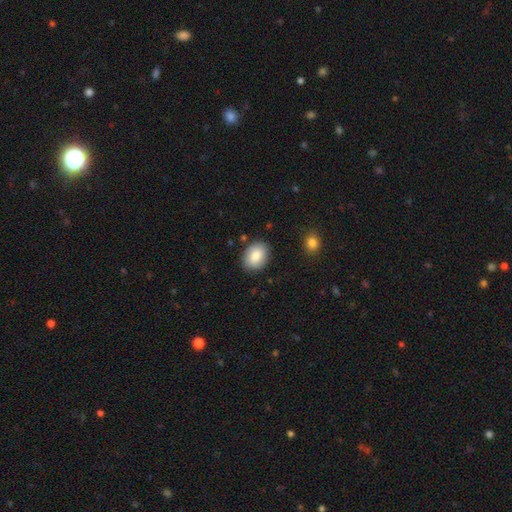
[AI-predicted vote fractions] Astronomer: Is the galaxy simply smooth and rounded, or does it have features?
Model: smooth — 84%.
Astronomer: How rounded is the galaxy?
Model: in between — 64%.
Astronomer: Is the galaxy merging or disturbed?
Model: none — 84%.